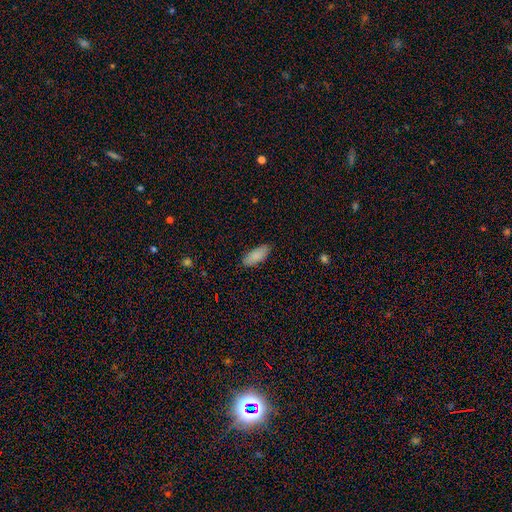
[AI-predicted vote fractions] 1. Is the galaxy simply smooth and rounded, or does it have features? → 87% smooth, 7% featured or disk, 6% star or artifact.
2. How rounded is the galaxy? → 82% in between, 16% cigar-shaped, 2% round.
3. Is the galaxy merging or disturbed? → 83% none, 14% minor disturbance, 2% major disturbance, 1% merger.